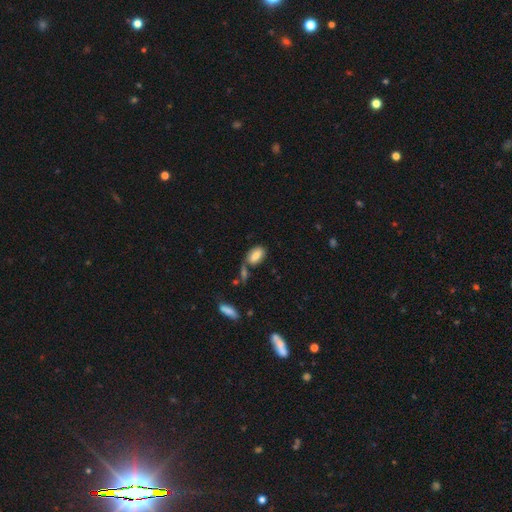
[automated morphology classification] smooth-or-featured: smooth: 79% | featured or disk: 13% | star or artifact: 8%
  how-rounded: in between: 91% | round: 5% | cigar-shaped: 3%
  merging: none: 53% | merger: 21% | minor disturbance: 19% | major disturbance: 7%